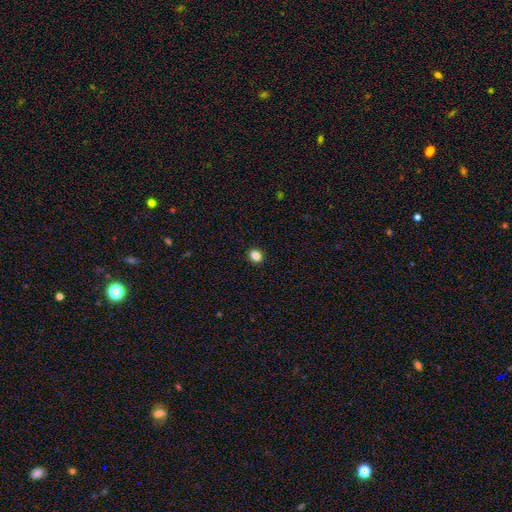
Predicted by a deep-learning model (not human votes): This is clearly a smooth galaxy (84%). How rounded: likely round (73%). Merging: clearly none (92%).